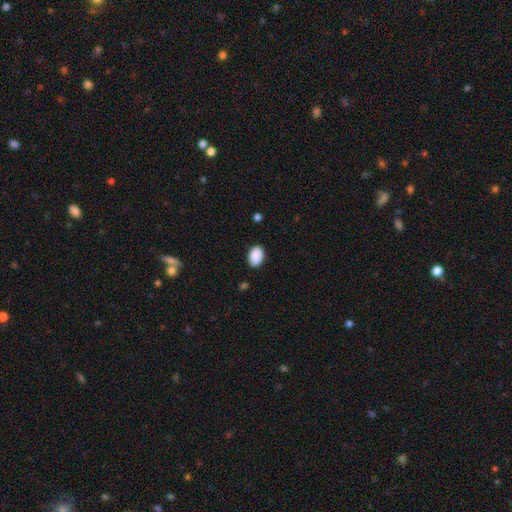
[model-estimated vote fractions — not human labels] A smooth galaxy with no disk features (90%) that is in between round and cigar-shaped (83%). Merging: none (87%).